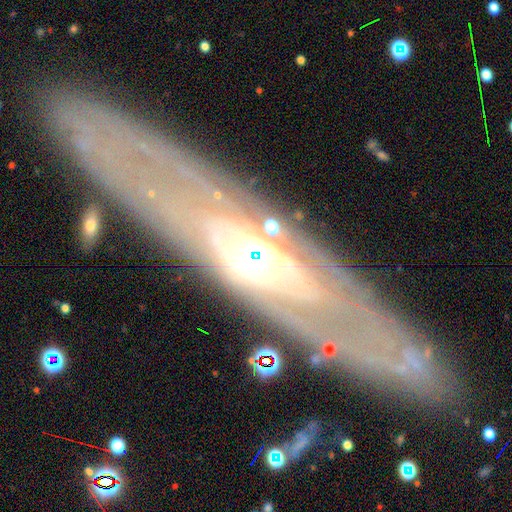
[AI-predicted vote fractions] A featured or disk galaxy (80%) with no bar (56%), spiral arms (61%) and a moderate central bulge (58%). Merging: none (76%).